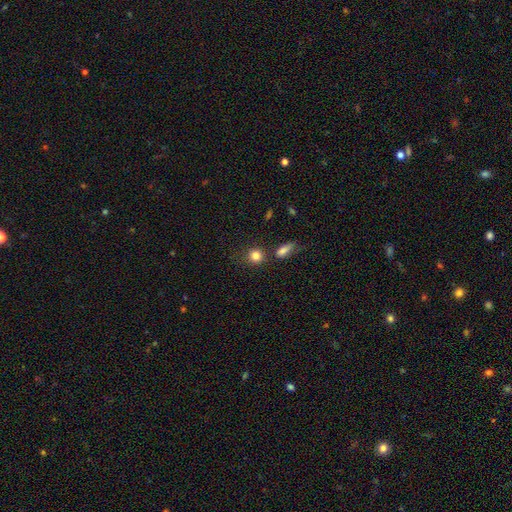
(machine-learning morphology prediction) This appears to be a smooth galaxy with no disk features (83%) that is round (85%). Merging: none (73%).